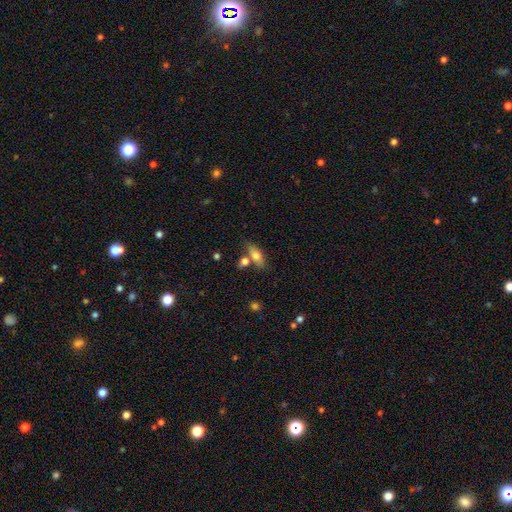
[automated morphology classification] Smooth or featured? smooth (66%)
How rounded? in between (70%)
Merging? none (61%)